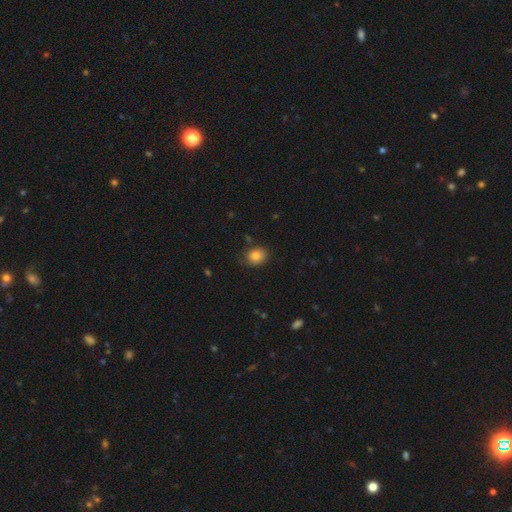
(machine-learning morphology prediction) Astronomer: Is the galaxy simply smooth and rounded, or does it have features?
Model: smooth — 81%.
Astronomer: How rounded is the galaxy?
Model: round — 54% (runner-up: in between, 45%).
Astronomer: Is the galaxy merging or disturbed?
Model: none — 82%.